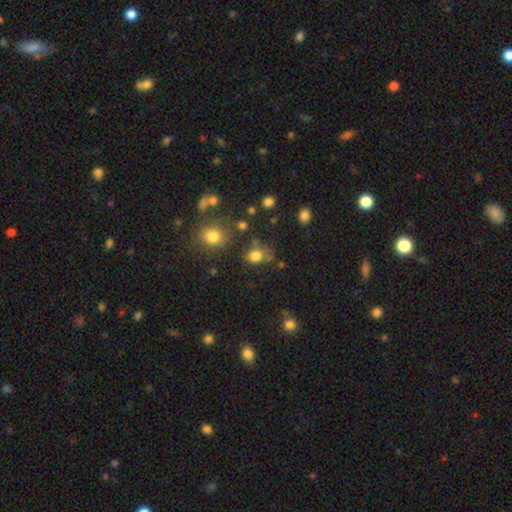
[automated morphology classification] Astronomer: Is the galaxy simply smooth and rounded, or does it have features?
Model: smooth — 78%.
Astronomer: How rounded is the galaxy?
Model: round — 60% (runner-up: in between, 39%).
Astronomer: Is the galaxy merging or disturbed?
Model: none — 57%.